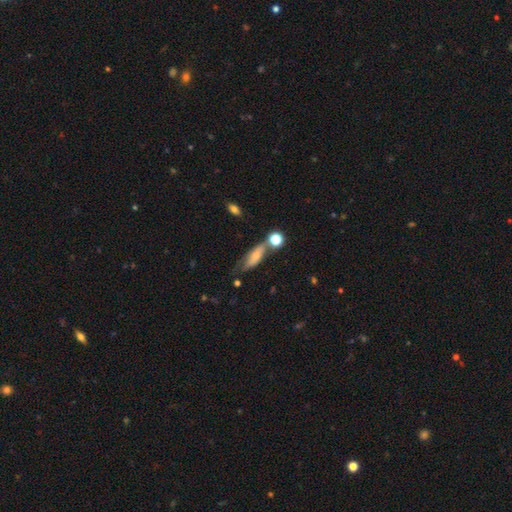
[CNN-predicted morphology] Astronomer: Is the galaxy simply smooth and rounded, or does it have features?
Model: smooth — 54% (runner-up: featured or disk, 37%).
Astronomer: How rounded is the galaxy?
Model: in between — 55% (runner-up: cigar-shaped, 40%).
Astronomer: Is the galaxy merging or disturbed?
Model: none — 48% (runner-up: minor disturbance, 24%).